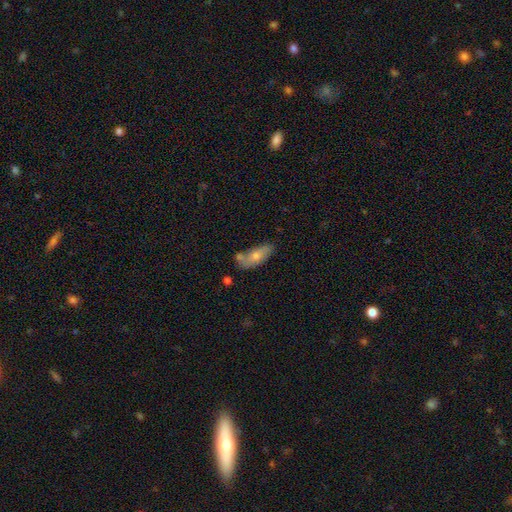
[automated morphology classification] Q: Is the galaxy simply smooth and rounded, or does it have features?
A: smooth — 55%.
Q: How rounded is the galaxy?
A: in between — 69%.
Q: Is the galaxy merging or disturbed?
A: none — 59%.